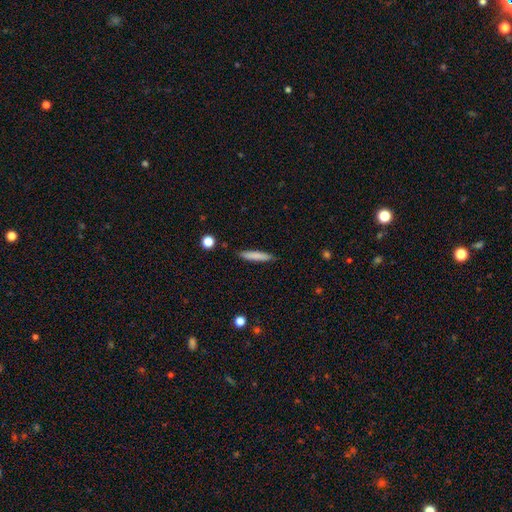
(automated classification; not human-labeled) smooth 80%, featured or disk 14%, star or artifact 6%. Down the decision tree: how rounded — cigar-shaped (91%); merging — none (87%).